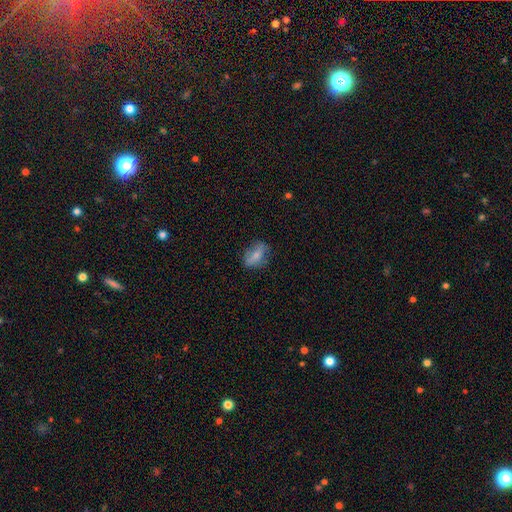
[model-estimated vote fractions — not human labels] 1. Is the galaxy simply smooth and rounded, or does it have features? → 68% smooth, 23% featured or disk, 9% star or artifact.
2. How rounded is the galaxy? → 79% in between, 11% round, 10% cigar-shaped.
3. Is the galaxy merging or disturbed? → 71% none, 21% minor disturbance, 7% major disturbance, 2% merger.